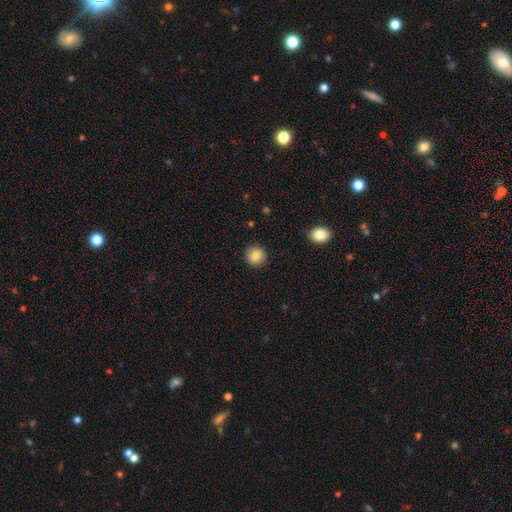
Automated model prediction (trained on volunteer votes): smooth 86%, star or artifact 9%, featured or disk 5%. Down the decision tree: how rounded — round (91%); merging — none (90%).